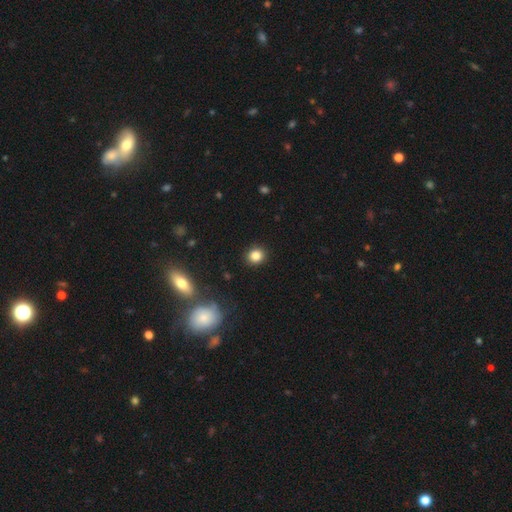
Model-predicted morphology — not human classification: Smooth or featured? Predicted: smooth (p=0.84). How rounded? Predicted: round (p=0.80). Merging? Predicted: none (p=0.90).